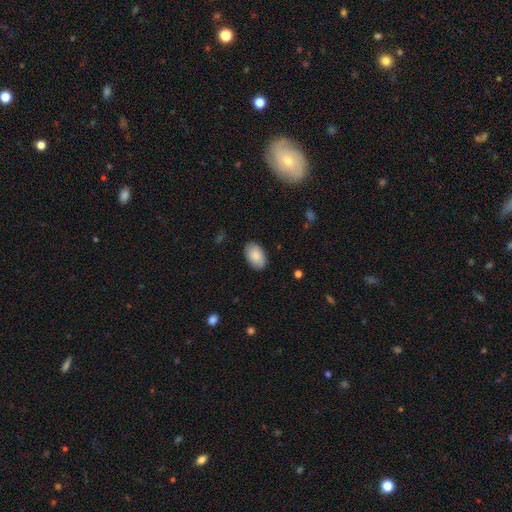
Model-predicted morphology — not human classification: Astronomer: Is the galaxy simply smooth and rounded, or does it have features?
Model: smooth — 88%.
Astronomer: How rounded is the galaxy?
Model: in between — 93%.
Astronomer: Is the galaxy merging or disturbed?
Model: none — 87%.